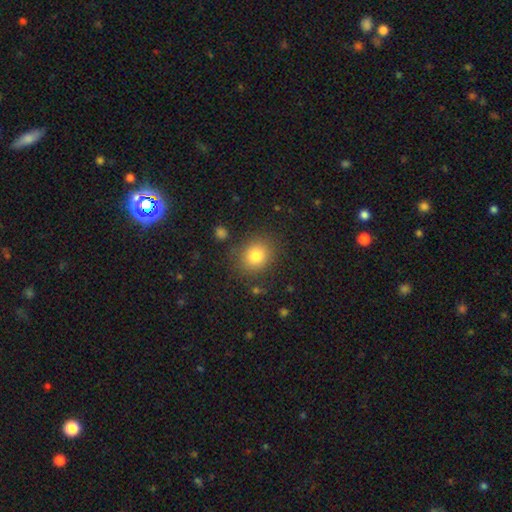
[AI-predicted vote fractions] Smooth or featured: smooth — 81% (star or artifact — 11%)
How rounded: round — 72% (in between — 27%)
Merging: none — 82% (minor disturbance — 11%)